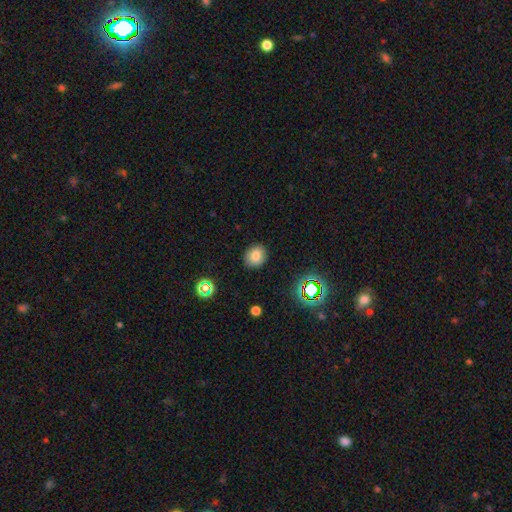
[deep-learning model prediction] Smooth or featured?
  - smooth: 77% *
  - star or artifact: 14%
  - featured or disk: 9%
How rounded?
  - round: 68% *
  - in between: 31%
  - cigar-shaped: 1%
Merging?
  - none: 88% *
  - minor disturbance: 8%
  - major disturbance: 2%
  - merger: 1%